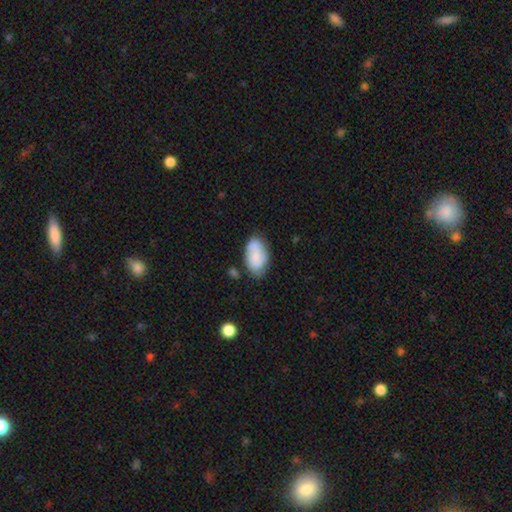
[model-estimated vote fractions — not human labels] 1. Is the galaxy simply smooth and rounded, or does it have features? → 70% smooth, 23% featured or disk, 7% star or artifact.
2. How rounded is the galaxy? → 93% in between, 5% round, 2% cigar-shaped.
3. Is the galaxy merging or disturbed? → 61% none, 26% minor disturbance, 7% merger, 6% major disturbance.